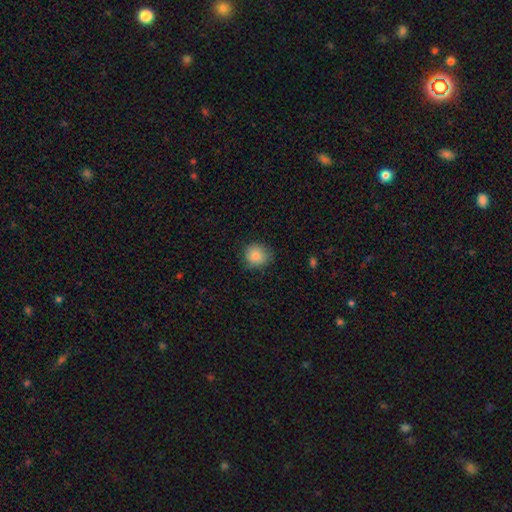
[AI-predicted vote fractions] smooth_or_featured: smooth (p=0.86) [alt: star or artifact p=0.09]
how_rounded: round (p=0.86) [alt: in between p=0.13]
merging: none (p=0.82) [alt: minor disturbance p=0.14]